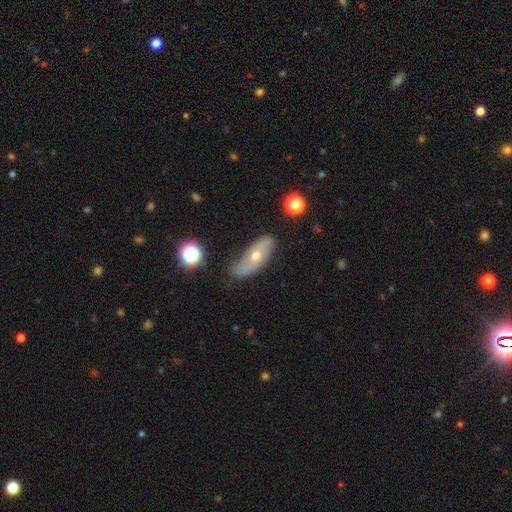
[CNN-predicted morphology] Smooth or featured?
  - featured or disk: 55% *
  - smooth: 36%
  - star or artifact: 9%
Edge-on disk?
  - no: 75% *
  - yes: 25%
Merging?
  - none: 64% *
  - minor disturbance: 26%
  - major disturbance: 8%
  - merger: 3%